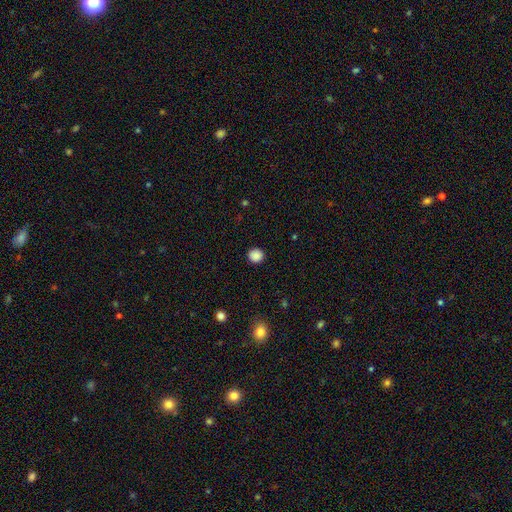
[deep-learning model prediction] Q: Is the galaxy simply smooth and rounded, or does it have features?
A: smooth — 87%.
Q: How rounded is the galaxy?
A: round — 91%.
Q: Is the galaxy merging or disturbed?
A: none — 91%.